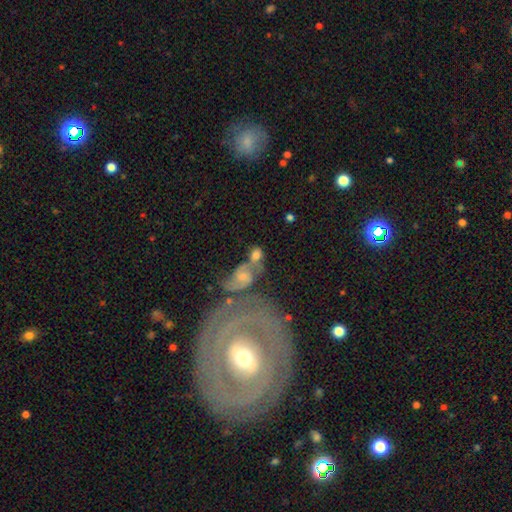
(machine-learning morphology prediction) This appears to be a featured or disk galaxy (47%). Merging: merger (47%).